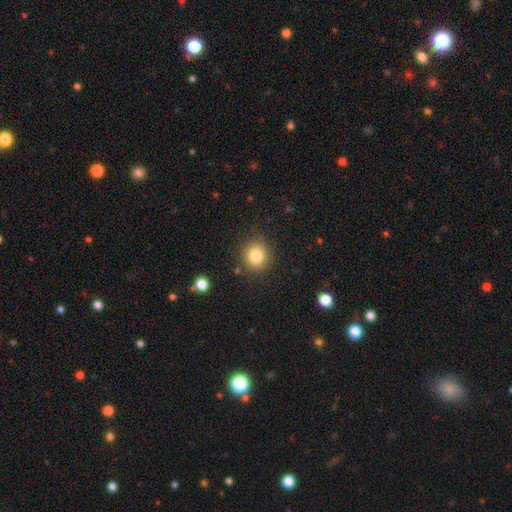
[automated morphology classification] Q: Smooth or featured?
A: smooth (82%); runner-up: star or artifact (11%)
Q: How rounded?
A: round (88%); runner-up: in between (11%)
Q: Merging?
A: none (86%); runner-up: minor disturbance (9%)